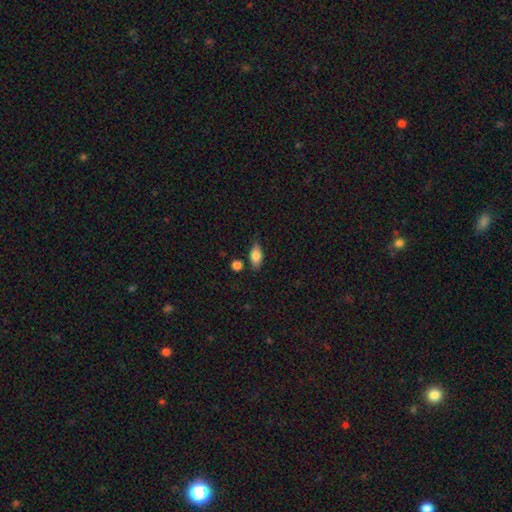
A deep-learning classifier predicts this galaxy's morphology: Q: Smooth or featured?
A: smooth (80%); runner-up: featured or disk (13%)
Q: How rounded?
A: in between (85%); runner-up: cigar-shaped (10%)
Q: Merging?
A: none (75%); runner-up: minor disturbance (17%)